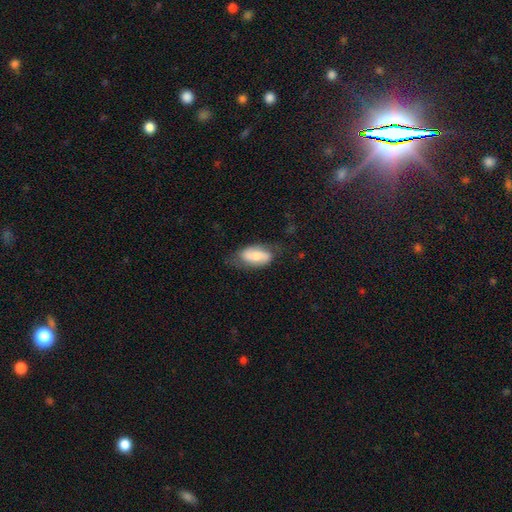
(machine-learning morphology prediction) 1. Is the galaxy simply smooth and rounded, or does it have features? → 51% smooth, 42% featured or disk, 7% star or artifact.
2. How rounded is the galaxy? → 91% in between, 5% cigar-shaped, 4% round.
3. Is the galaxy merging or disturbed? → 62% none, 26% minor disturbance, 10% major disturbance, 2% merger.